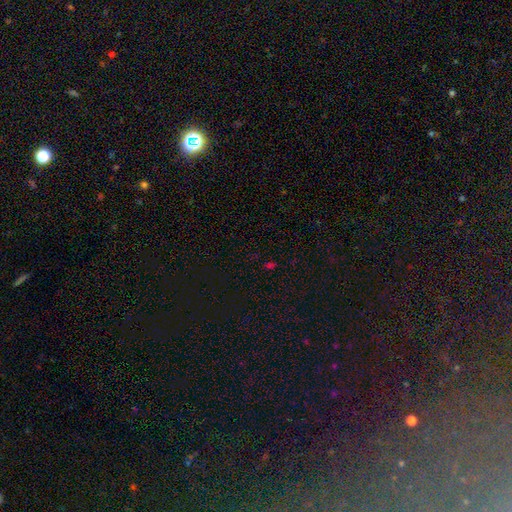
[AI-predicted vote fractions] smooth-or-featured: star or artifact: 59% | smooth: 34% | featured or disk: 7%